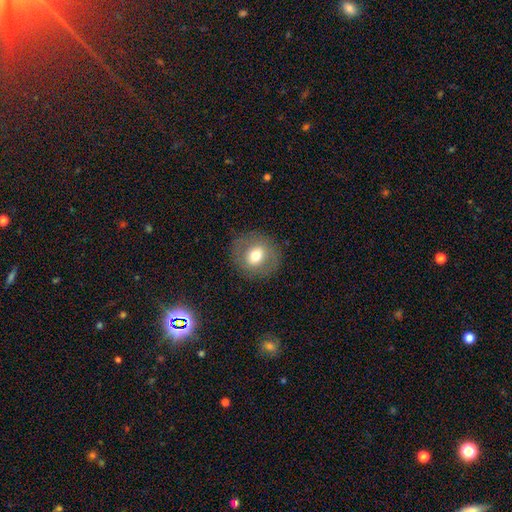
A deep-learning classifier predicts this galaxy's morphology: Smooth or featured? smooth (64%)
How rounded? round (82%)
Merging? none (85%)